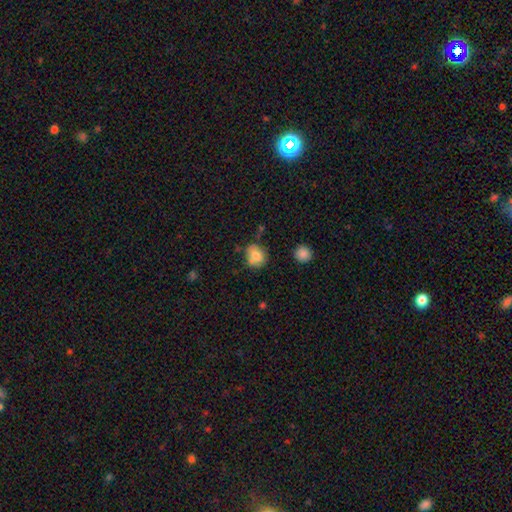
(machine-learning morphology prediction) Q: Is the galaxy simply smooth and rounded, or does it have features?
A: smooth — 77%.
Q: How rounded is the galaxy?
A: round — 58%.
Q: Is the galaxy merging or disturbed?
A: none — 61%.